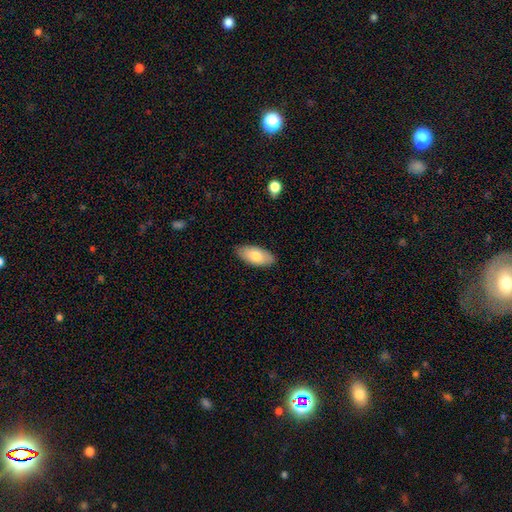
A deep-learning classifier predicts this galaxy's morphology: smooth 77%, featured or disk 17%, star or artifact 6%. Down the decision tree: how rounded — in between (92%); merging — none (86%).